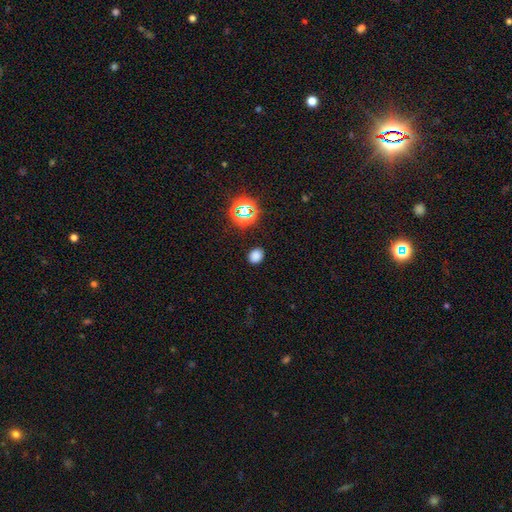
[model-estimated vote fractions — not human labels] A smooth galaxy with no disk features (75%) that is in between round and cigar-shaped (50%). Merging: none (87%).